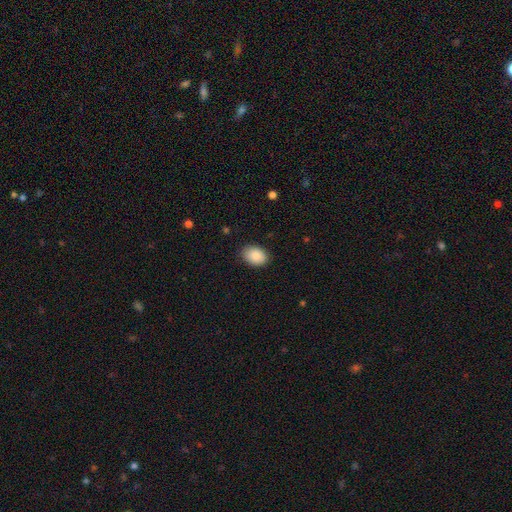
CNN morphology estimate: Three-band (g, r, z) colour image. It shows a smooth galaxy with no disk features (89%) that is in between round and cigar-shaped (80%). Merging: none (85%).